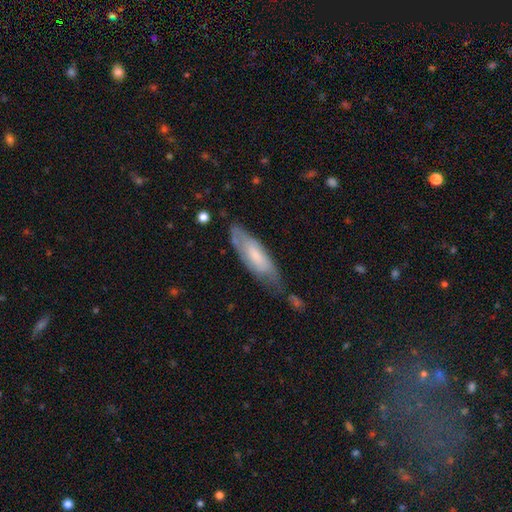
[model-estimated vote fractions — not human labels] Smooth or featured: smooth — 50% (featured or disk — 44%)
How rounded: in between — 50% (cigar-shaped — 48%)
Merging: none — 54% (minor disturbance — 32%)